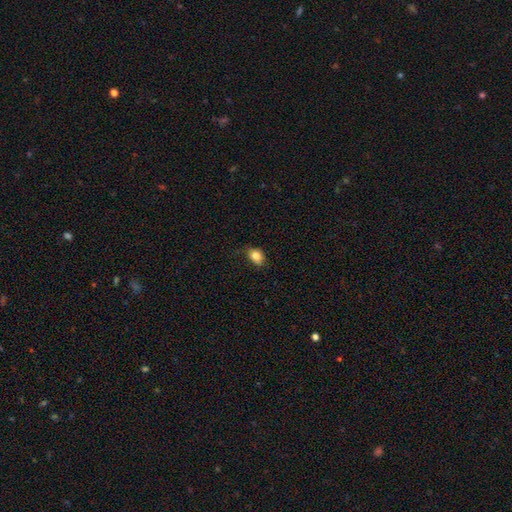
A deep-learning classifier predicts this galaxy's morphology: Overall: smooth (83%). How rounded: in between (69%; round 30%). Merging: none (71%).